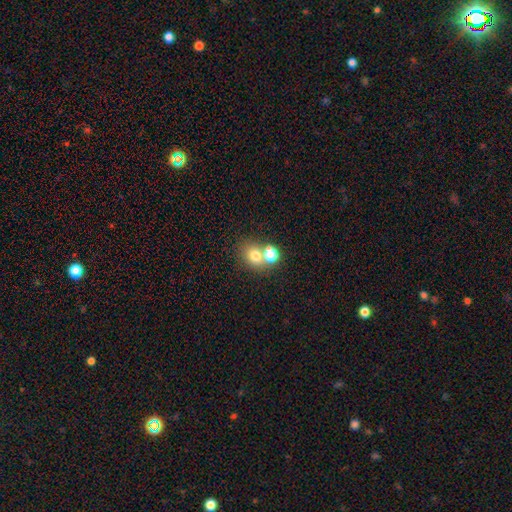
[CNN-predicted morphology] The model was most divided on "merging": merger: 46%, none: 44%, minor disturbance: 7%, major disturbance: 3%. More confident: smooth or featured — smooth (73%); how rounded — round (64%).